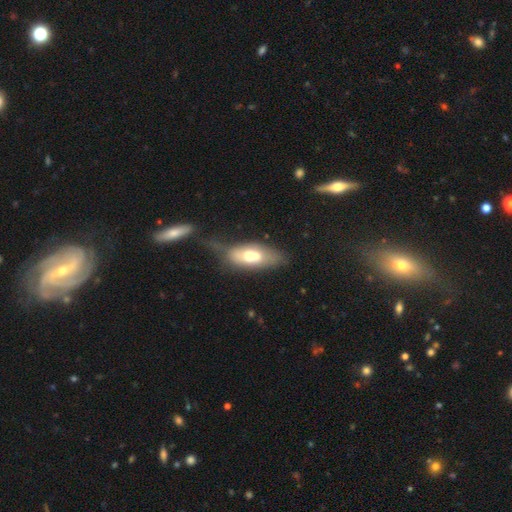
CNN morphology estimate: A smooth galaxy with no disk features (57%) that is in between round and cigar-shaped (83%). Merging: merger (32%).